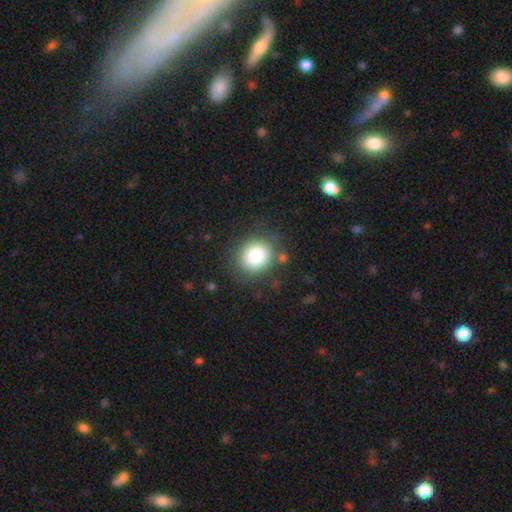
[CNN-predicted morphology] Smooth or featured? Predicted: smooth (p=0.81). How rounded? Predicted: round (p=0.77). Merging? Predicted: none (p=0.81).